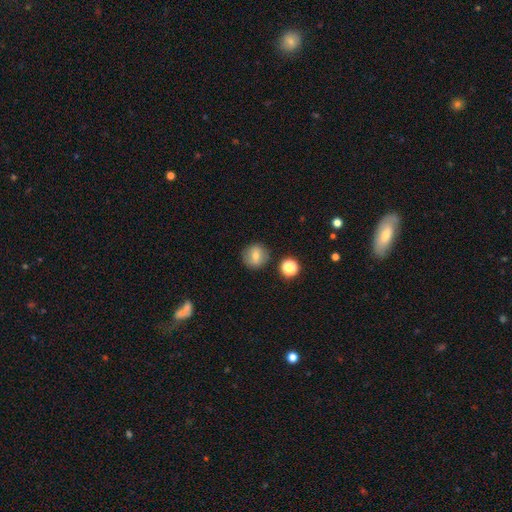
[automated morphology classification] This appears to be a smooth galaxy with no disk features (72%) that is round (89%). Merging: none (85%).